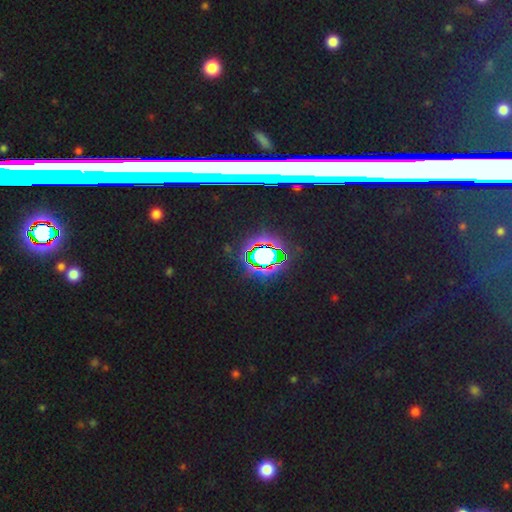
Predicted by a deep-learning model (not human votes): star or artifact 73%, smooth 14%, featured or disk 14%.